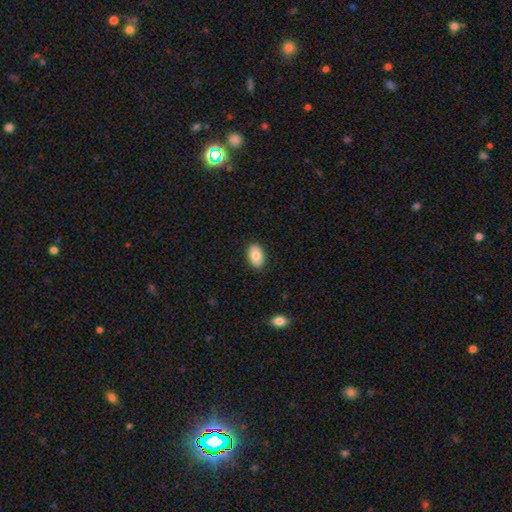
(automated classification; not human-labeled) Morphology: type=smooth (82%); roundness=in between (90%); merging=none (89%).